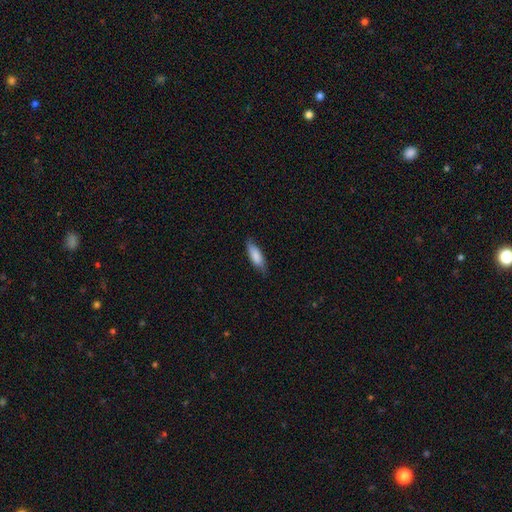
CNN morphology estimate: smooth 83%, featured or disk 11%, star or artifact 6%. Down the decision tree: how rounded — in between (64%); merging — none (78%).